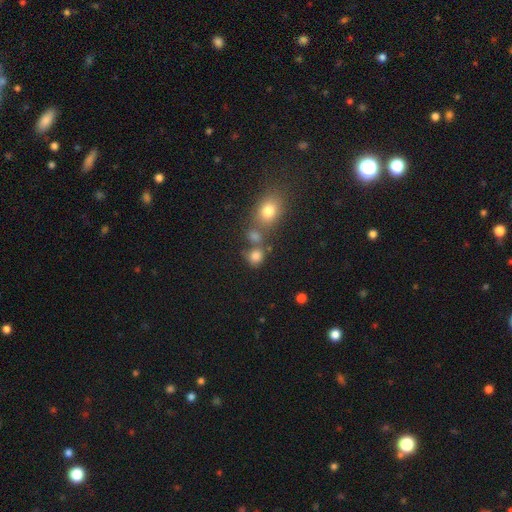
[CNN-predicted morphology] Q: Smooth or featured?
A: smooth (78%); runner-up: star or artifact (14%)
Q: How rounded?
A: round (68%); runner-up: in between (30%)
Q: Merging?
A: none (56%); runner-up: merger (25%)